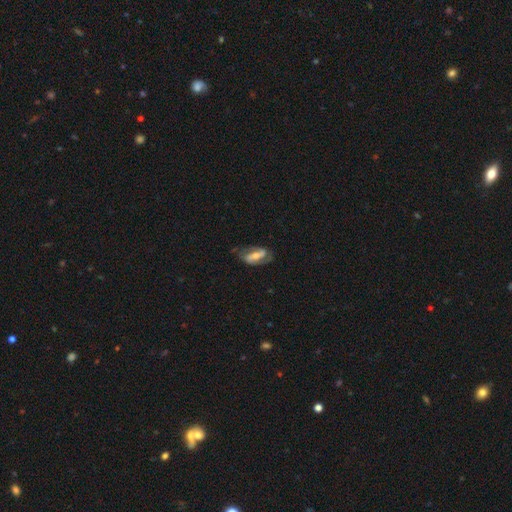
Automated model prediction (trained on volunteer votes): featured or disk 75%, smooth 19%, star or artifact 6%. Down the decision tree: edge-on disk — no (94%); bar — strong (49%); spiral arms — yes (87%); spiral arm count — 2 (86%); spiral winding — medium (45%); bulge size — moderate (52%); merging — none (65%).